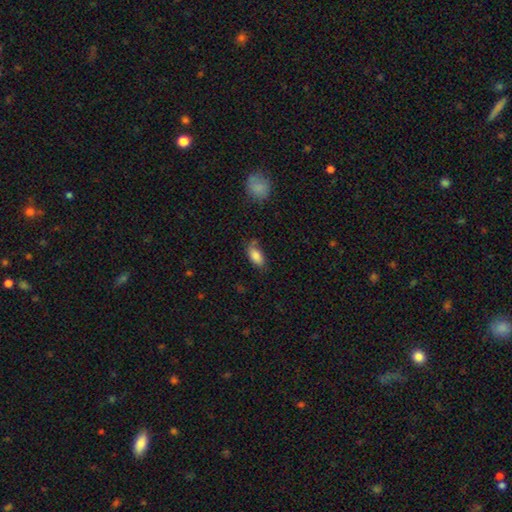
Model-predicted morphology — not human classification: The model was most divided on "merging": none: 63%, minor disturbance: 25%, major disturbance: 6%, merger: 5%. More confident: how rounded — in between (90%); smooth or featured — smooth (84%).